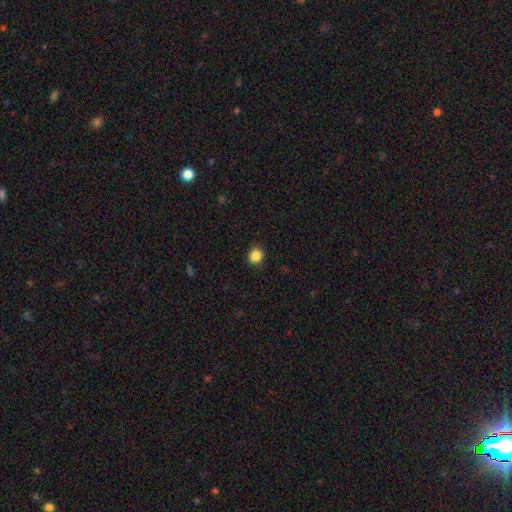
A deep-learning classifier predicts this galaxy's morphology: smooth_or_featured: smooth (p=0.87) [alt: star or artifact p=0.10]
how_rounded: round (p=0.79) [alt: in between p=0.20]
merging: none (p=0.90) [alt: minor disturbance p=0.07]